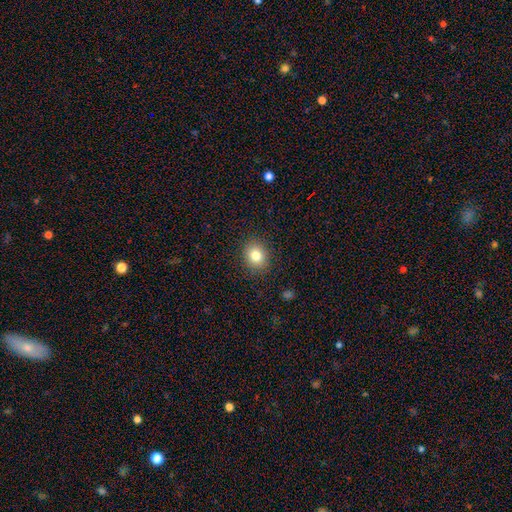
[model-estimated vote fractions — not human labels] Smooth or featured? Predicted: smooth (p=0.81). How rounded? Predicted: round (p=0.64). Merging? Predicted: none (p=0.89).